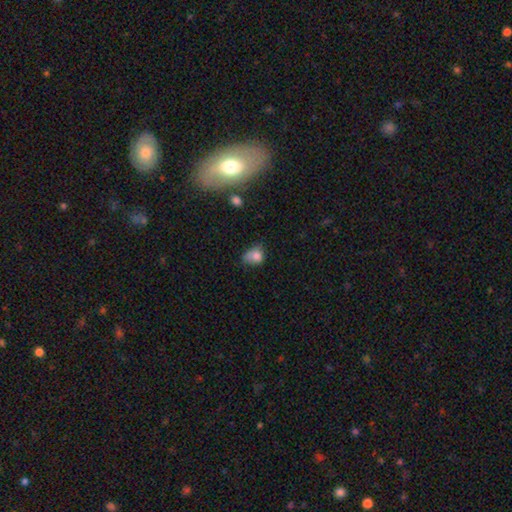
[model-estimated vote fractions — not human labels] Smooth or featured? smooth (76%)
How rounded? in between (57%)
Merging? minor disturbance (39%)